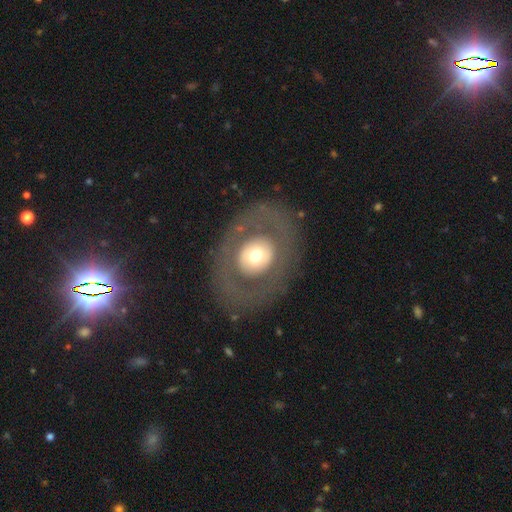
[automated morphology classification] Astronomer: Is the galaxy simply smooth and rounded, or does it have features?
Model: featured or disk — 48% (runner-up: smooth, 45%).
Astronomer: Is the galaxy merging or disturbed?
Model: none — 80%.